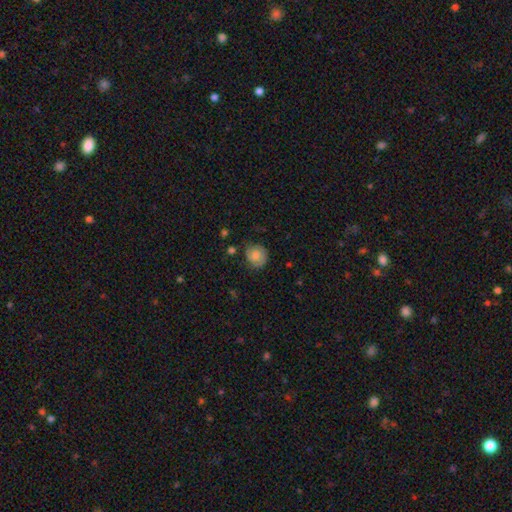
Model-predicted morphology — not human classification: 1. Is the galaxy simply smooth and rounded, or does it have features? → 49% smooth, 42% featured or disk, 8% star or artifact.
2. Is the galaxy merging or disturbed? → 70% none, 21% minor disturbance, 7% major disturbance, 2% merger.